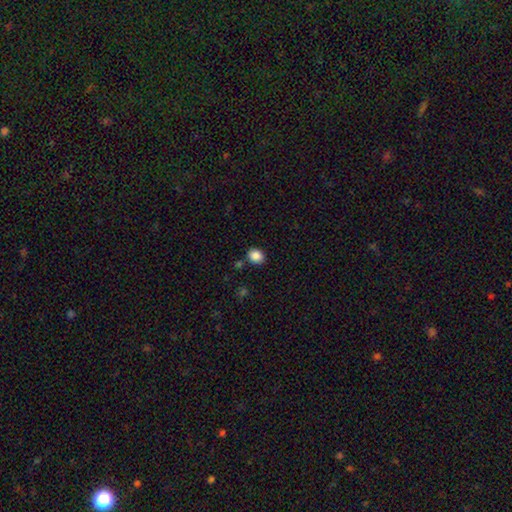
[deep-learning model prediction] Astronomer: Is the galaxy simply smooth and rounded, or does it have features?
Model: smooth — 87%.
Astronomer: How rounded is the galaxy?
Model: round — 50% (runner-up: in between, 49%).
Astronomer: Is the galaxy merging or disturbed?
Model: none — 84%.